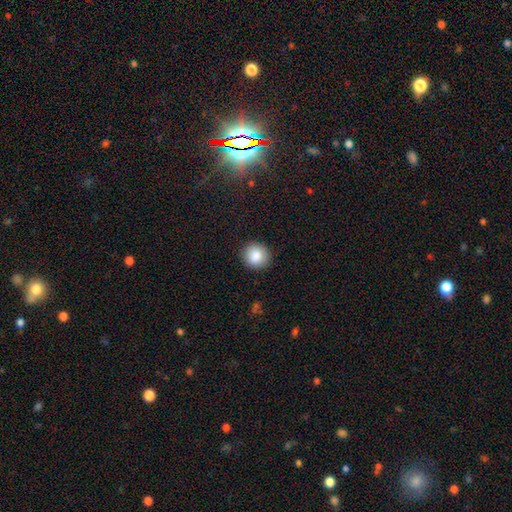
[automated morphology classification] Smooth or featured?
  - smooth: 87% *
  - star or artifact: 8%
  - featured or disk: 5%
How rounded?
  - round: 90% *
  - in between: 9%
  - cigar-shaped: 1%
Merging?
  - none: 90% *
  - minor disturbance: 7%
  - major disturbance: 2%
  - merger: 1%